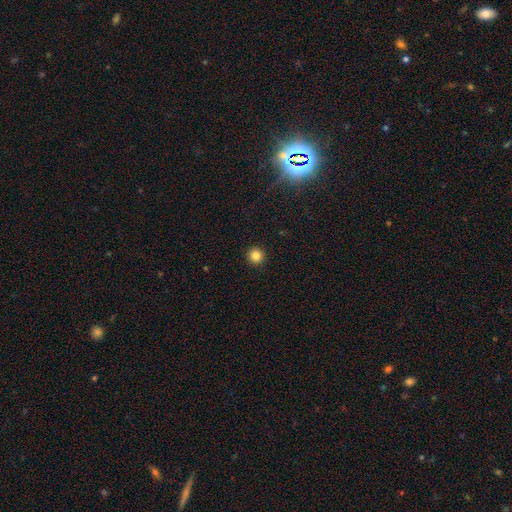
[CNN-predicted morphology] Overall: smooth (85%). How rounded: round (96%). Merging: none (94%).